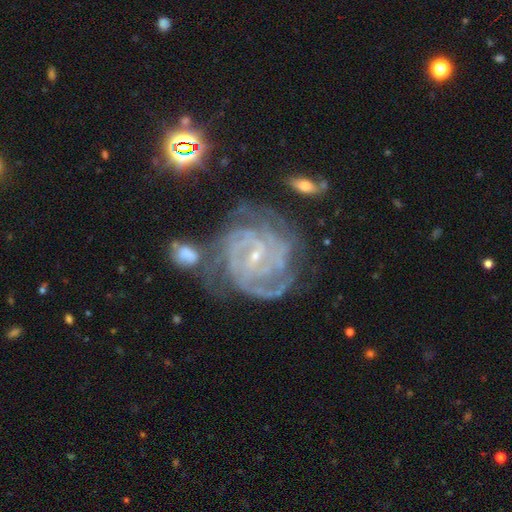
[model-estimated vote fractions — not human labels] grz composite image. It shows a featured or disk galaxy (89%) with a weak bar (47%), 4 (26%) tight (69%) spiral arms (97%) and a small central bulge (83%). Merging: none (54%).